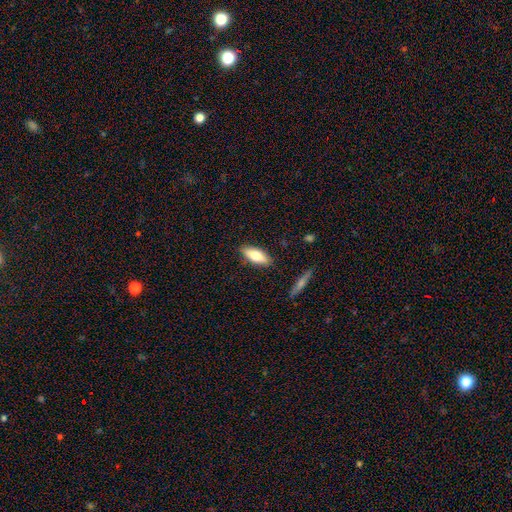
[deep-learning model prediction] A smooth galaxy with no disk features (69%) that is in between round and cigar-shaped (73%). Merging: none (86%).